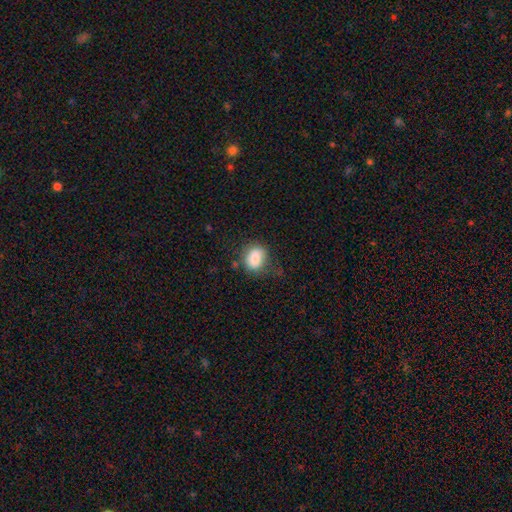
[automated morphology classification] Smooth or featured?
  - smooth: 82% *
  - featured or disk: 9%
  - star or artifact: 8%
How rounded?
  - in between: 58% *
  - round: 41%
  - cigar-shaped: 1%
Merging?
  - none: 59% *
  - minor disturbance: 27%
  - major disturbance: 11%
  - merger: 4%